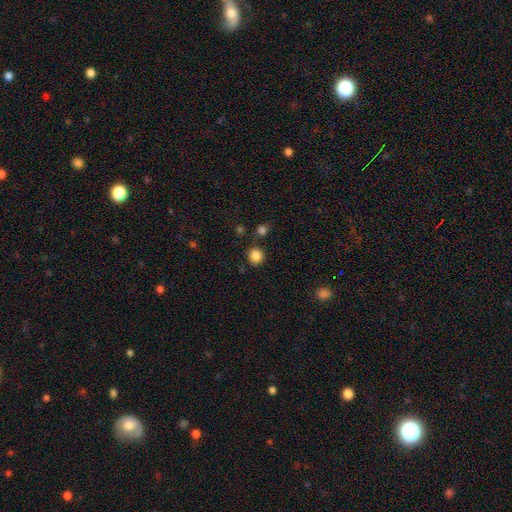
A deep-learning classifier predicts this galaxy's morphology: A smooth galaxy with no disk features (85%) that is round (89%). Merging: none (83%).